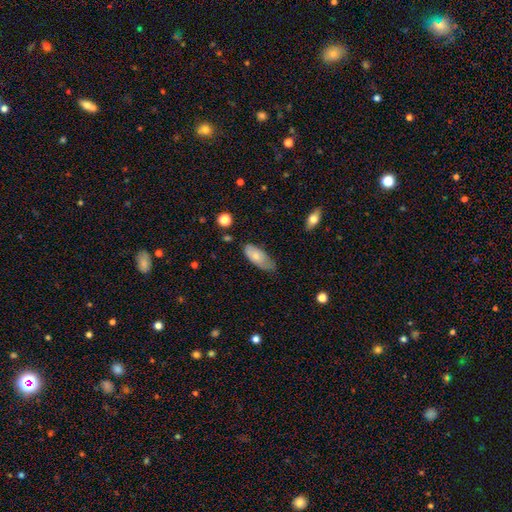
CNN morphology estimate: smooth_or_featured: smooth (p=0.68) [alt: featured or disk p=0.25]
how_rounded: in between (p=0.83) [alt: cigar-shaped p=0.14]
merging: none (p=0.52) [alt: minor disturbance p=0.38]